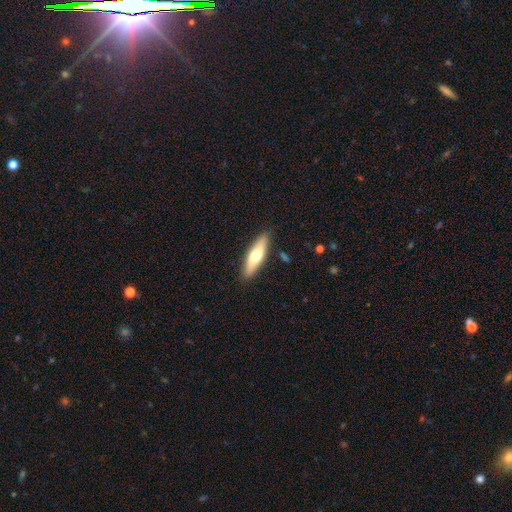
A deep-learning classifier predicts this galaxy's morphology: smooth-or-featured: smooth: 62% | featured or disk: 33% | star or artifact: 5%
  how-rounded: cigar-shaped: 56% | in between: 43% | round: 2%
  merging: none: 87% | minor disturbance: 10% | major disturbance: 2% | merger: 1%